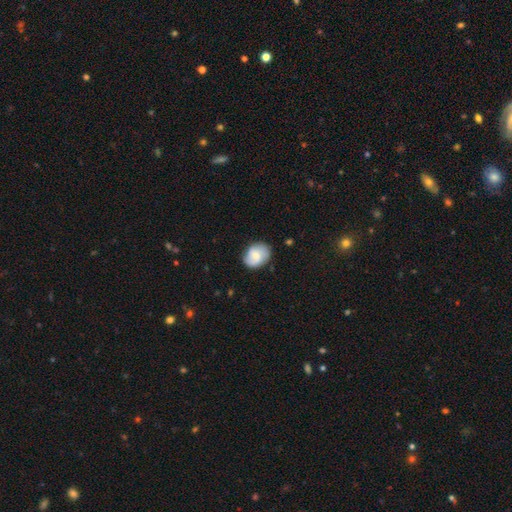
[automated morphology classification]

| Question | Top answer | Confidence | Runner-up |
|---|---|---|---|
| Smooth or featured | smooth | 61% | featured or disk (32%) |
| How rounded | in between | 56% | round (43%) |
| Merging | none | 71% | minor disturbance (22%) |